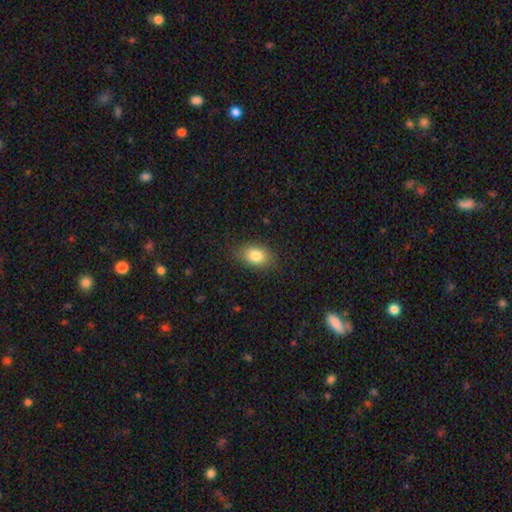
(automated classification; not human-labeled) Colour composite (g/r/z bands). It shows a smooth galaxy with no disk features (83%) that is in between round and cigar-shaped (81%). Merging: none (83%).